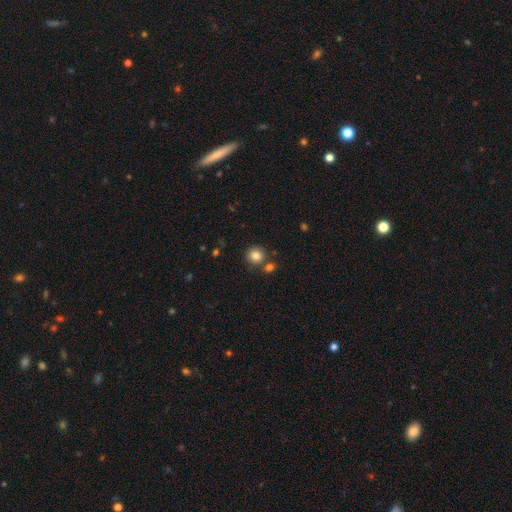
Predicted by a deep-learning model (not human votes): This appears to be a smooth galaxy with no disk features (83%) that is round (90%). Merging: none (77%).